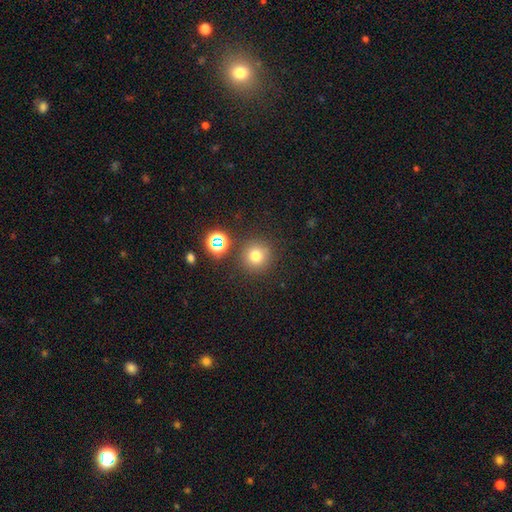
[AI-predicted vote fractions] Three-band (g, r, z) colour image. It shows a smooth galaxy with no disk features (74%) that is round (94%). Merging: none (85%).